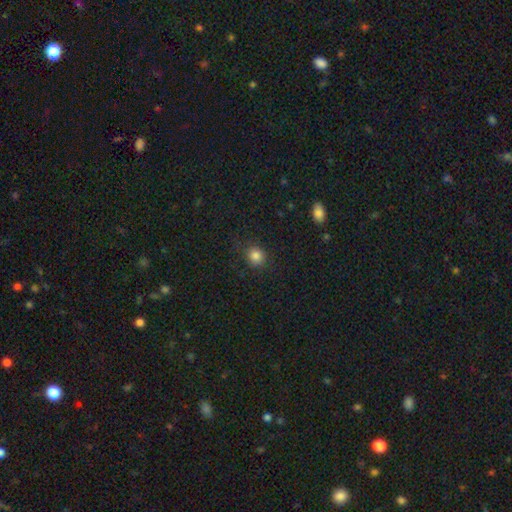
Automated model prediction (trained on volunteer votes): Smooth or featured?
  - smooth: 83% *
  - star or artifact: 13%
  - featured or disk: 5%
How rounded?
  - round: 82% *
  - in between: 17%
  - cigar-shaped: 1%
Merging?
  - none: 85% *
  - minor disturbance: 10%
  - major disturbance: 4%
  - merger: 1%